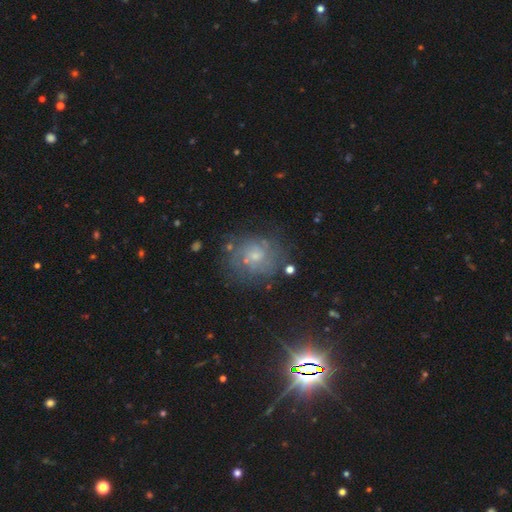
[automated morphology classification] This appears to be a featured or disk galaxy (54%) with no bar (74%), spiral arms (71%) and a small central bulge (59%). Merging: none (66%).